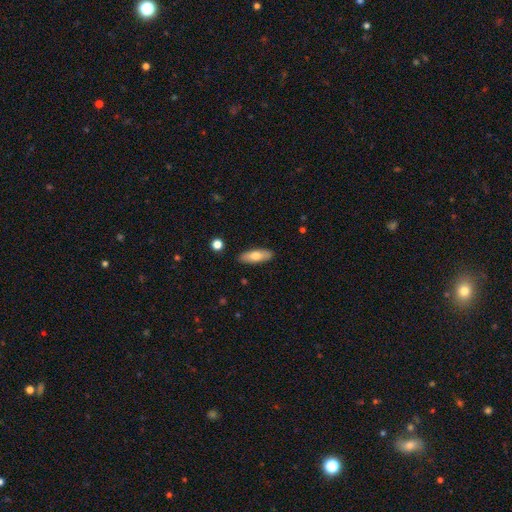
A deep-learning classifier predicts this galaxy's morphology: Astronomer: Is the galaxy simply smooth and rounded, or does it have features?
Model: smooth — 69%.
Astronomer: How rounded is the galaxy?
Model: in between — 59% (runner-up: cigar-shaped, 39%).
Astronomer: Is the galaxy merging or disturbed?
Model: none — 89%.